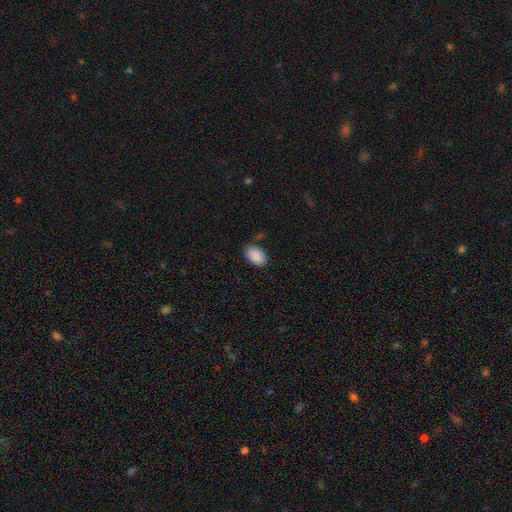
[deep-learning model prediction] Morphology: type=smooth (90%); roundness=in between (91%); merging=none (81%).